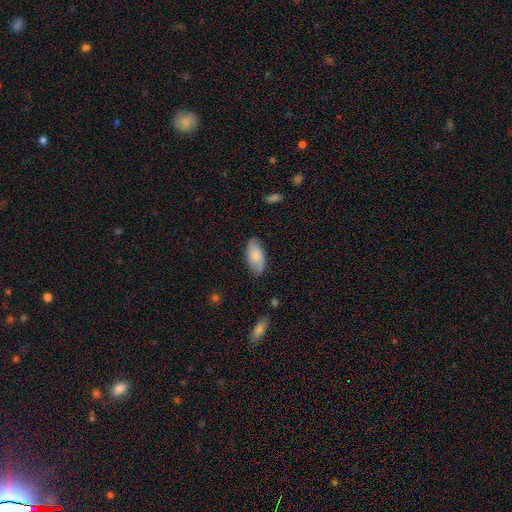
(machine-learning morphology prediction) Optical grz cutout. It shows a smooth galaxy with no disk features (75%) that is in between round and cigar-shaped (93%). Merging: none (79%).